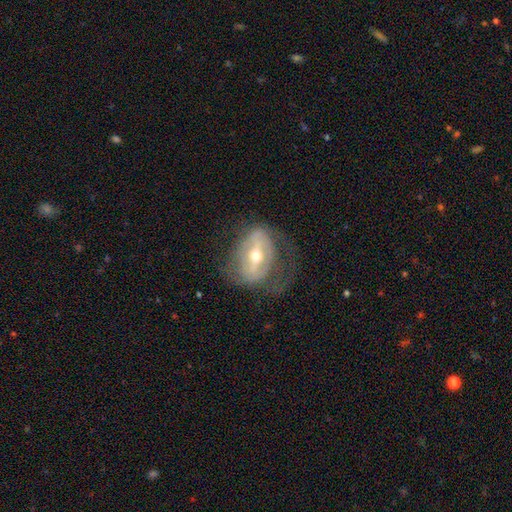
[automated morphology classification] smooth_or_featured: featured or disk (p=0.74) [alt: smooth p=0.19]
disk_edge_on: no (p=0.92) [alt: yes p=0.08]
bar: strong (p=0.53) [alt: weak p=0.30]
has_spiral_arms: yes (p=0.55) [alt: no p=0.45]
bulge_size: moderate (p=0.62) [alt: small p=0.33]
merging: none (p=0.52) [alt: major disturbance p=0.25]